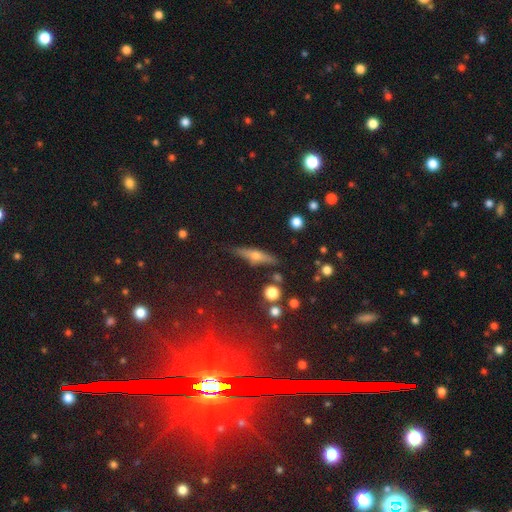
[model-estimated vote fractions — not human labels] smooth_or_featured: featured or disk (p=0.59) [alt: smooth p=0.31]
disk_edge_on: yes (p=0.93) [alt: no p=0.07]
edge_on_bulge: rounded (p=0.89) [alt: none p=0.06]
merging: none (p=0.85) [alt: minor disturbance p=0.10]